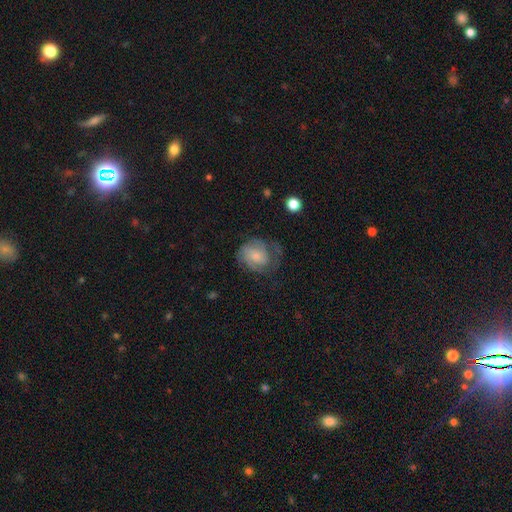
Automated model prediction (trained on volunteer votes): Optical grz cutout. It shows a featured or disk galaxy (65%) with no bar (70%), 2 (38%) tight (50%) spiral arms (89%) and a small central bulge (55%). Merging: none (51%).